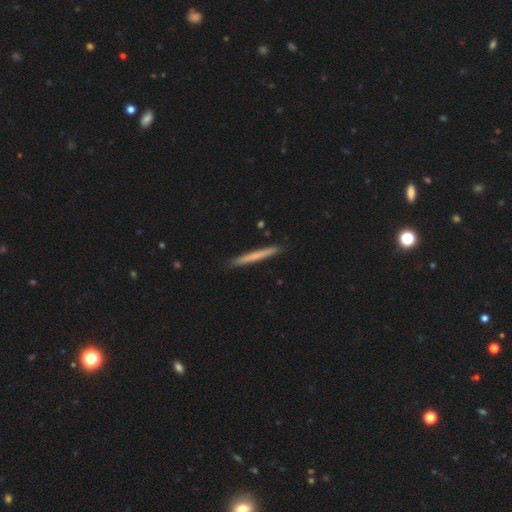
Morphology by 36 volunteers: type=smooth (50%, tied with featured or disk); roundness=cigar-shaped (94%); merging=none (97%).